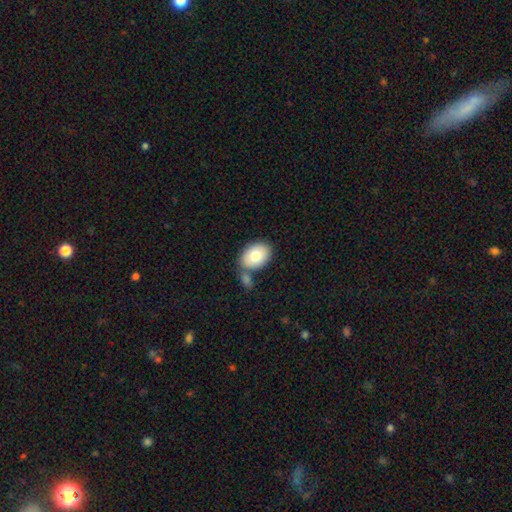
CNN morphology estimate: smooth 77%, featured or disk 16%, star or artifact 7%. Down the decision tree: how rounded — in between (81%); merging — none (60%).